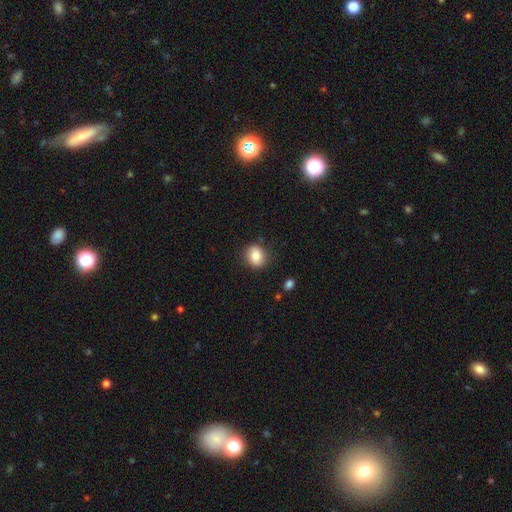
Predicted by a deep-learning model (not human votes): smooth_or_featured: smooth (p=0.81) [alt: featured or disk p=0.10]
how_rounded: round (p=0.67) [alt: in between p=0.32]
merging: none (p=0.85) [alt: minor disturbance p=0.11]